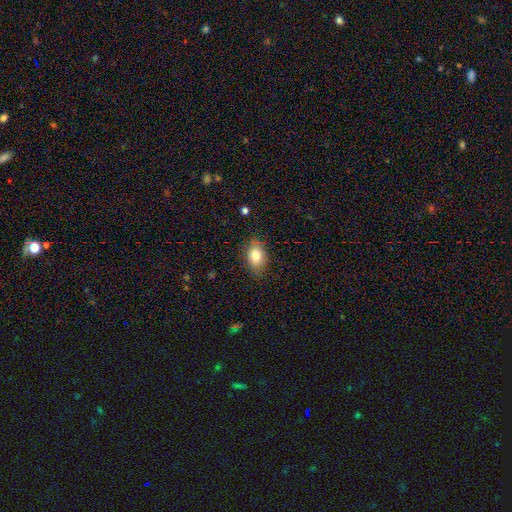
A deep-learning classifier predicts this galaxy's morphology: Q: Smooth or featured?
A: smooth (80%); runner-up: featured or disk (11%)
Q: How rounded?
A: in between (84%); runner-up: round (15%)
Q: Merging?
A: none (81%); runner-up: minor disturbance (15%)